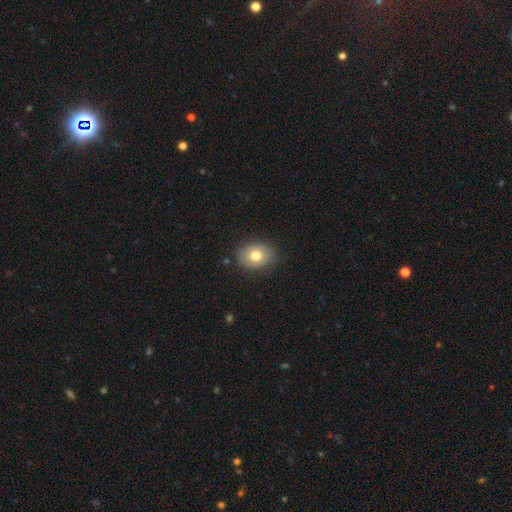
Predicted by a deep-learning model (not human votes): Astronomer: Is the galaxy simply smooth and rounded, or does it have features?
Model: smooth — 73%.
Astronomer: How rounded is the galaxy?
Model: in between — 58% (runner-up: round, 41%).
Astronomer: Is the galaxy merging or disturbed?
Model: none — 81%.